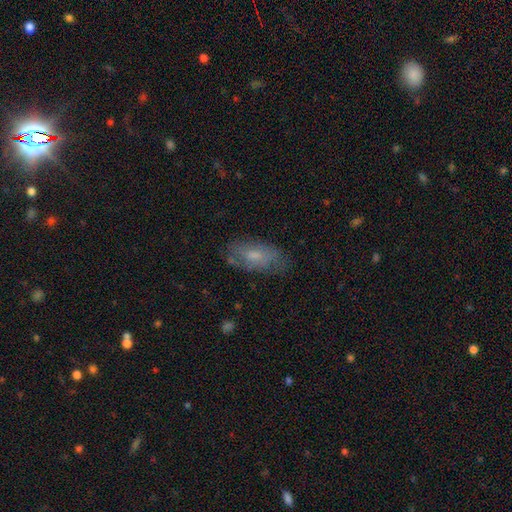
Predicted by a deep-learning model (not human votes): Overall: smooth (63%; featured or disk 30%). How rounded: in between (88%). Merging: none (67%).